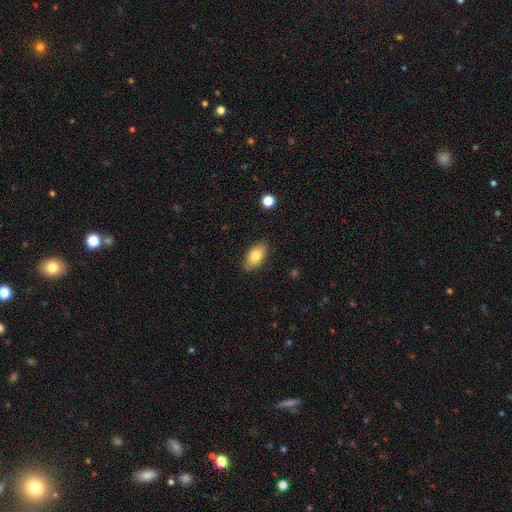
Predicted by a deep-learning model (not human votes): smooth_or_featured: smooth (p=0.79) [alt: featured or disk p=0.13]
how_rounded: in between (p=0.91) [alt: round p=0.05]
merging: none (p=0.85) [alt: minor disturbance p=0.12]